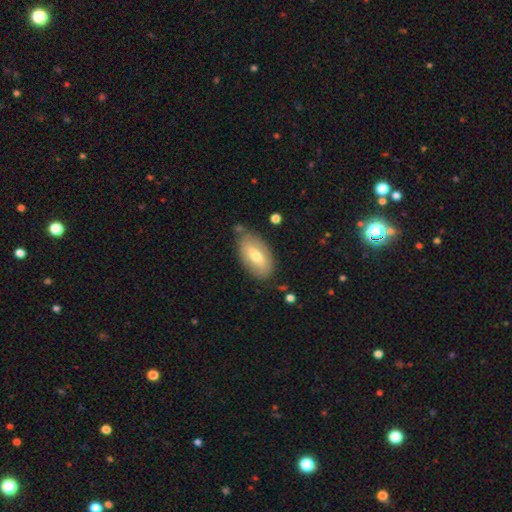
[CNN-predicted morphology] The model was most divided on "smooth or featured": smooth: 64%, featured or disk: 30%, star or artifact: 6%. More confident: how rounded — in between (91%); merging — none (77%).